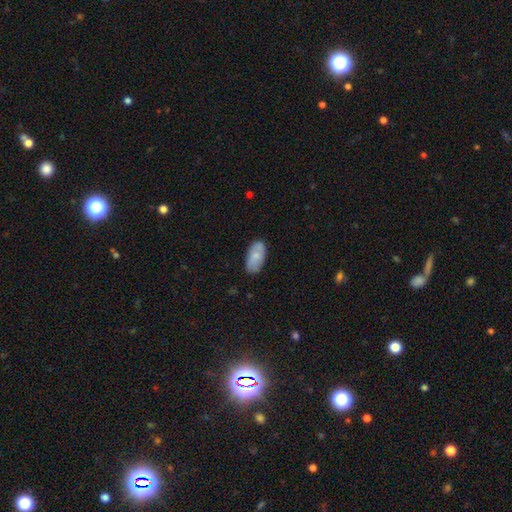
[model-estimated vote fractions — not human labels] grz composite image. It shows a smooth galaxy with no disk features (73%) that is in between round and cigar-shaped (93%). Merging: none (79%).